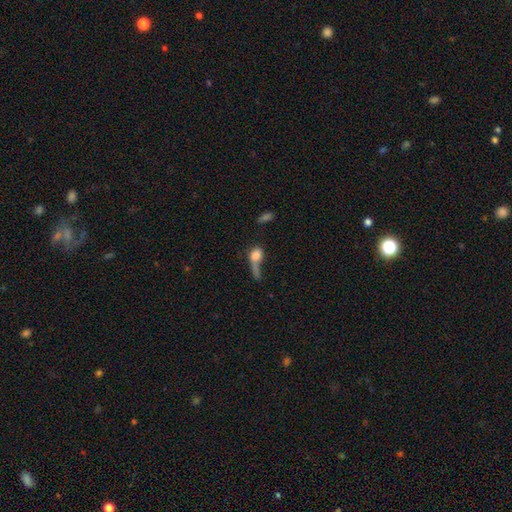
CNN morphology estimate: smooth-or-featured: smooth: 70% | featured or disk: 19% | star or artifact: 10%
  how-rounded: in between: 56% | round: 35% | cigar-shaped: 10%
  merging: major disturbance: 39% | merger: 23% | none: 21% | minor disturbance: 16%